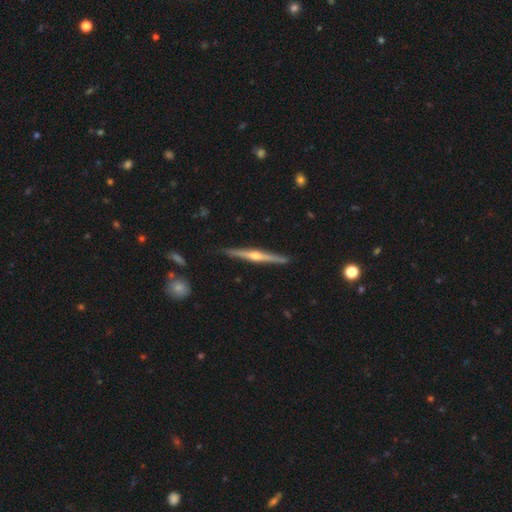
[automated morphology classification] The model was most divided on "smooth or featured": featured or disk: 78%, smooth: 17%, star or artifact: 5%. More confident: edge-on disk — yes (98%); edge-on bulge — rounded (90%); merging — none (89%).